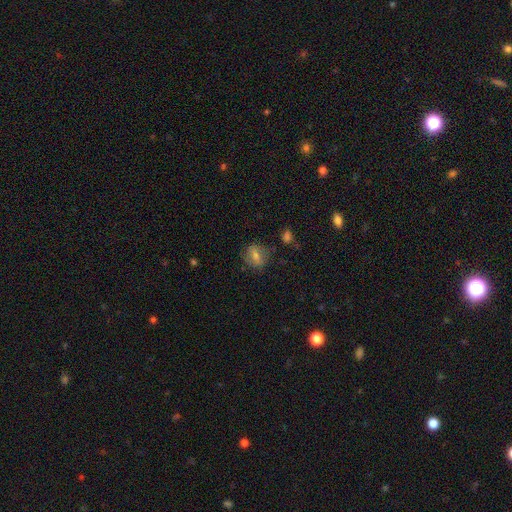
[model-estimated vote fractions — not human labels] Smooth or featured?
  - smooth: 55% *
  - featured or disk: 30%
  - star or artifact: 15%
How rounded?
  - round: 51% *
  - in between: 45%
  - cigar-shaped: 4%
Merging?
  - none: 76% *
  - minor disturbance: 15%
  - major disturbance: 6%
  - merger: 3%